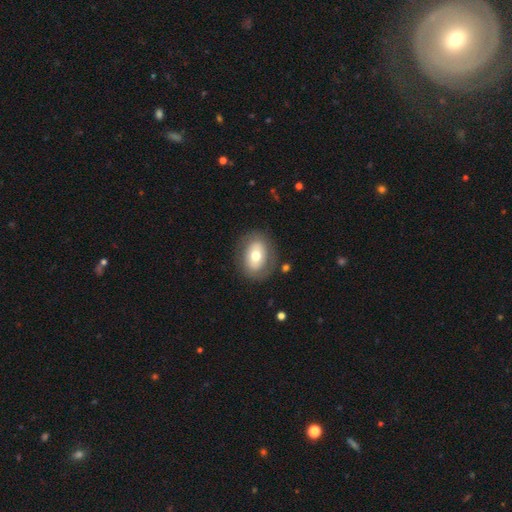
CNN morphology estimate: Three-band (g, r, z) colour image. It shows a smooth galaxy with no disk features (60%) that is in between round and cigar-shaped (71%). Merging: none (81%).